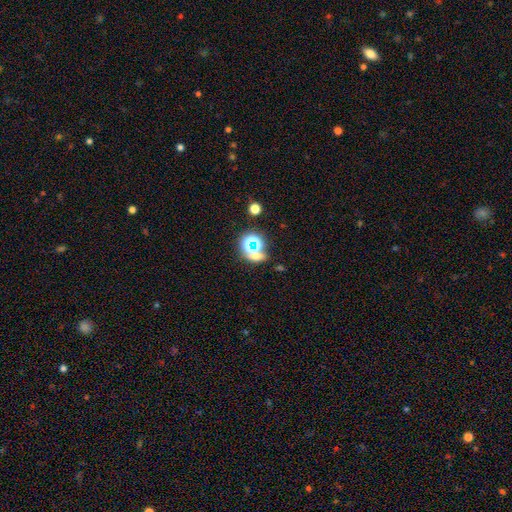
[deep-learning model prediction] A star or artifact, not a galaxy (50%).

Vote fractions:
- Smooth or featured? star or artifact: 50% / smooth: 38% / featured or disk: 13%